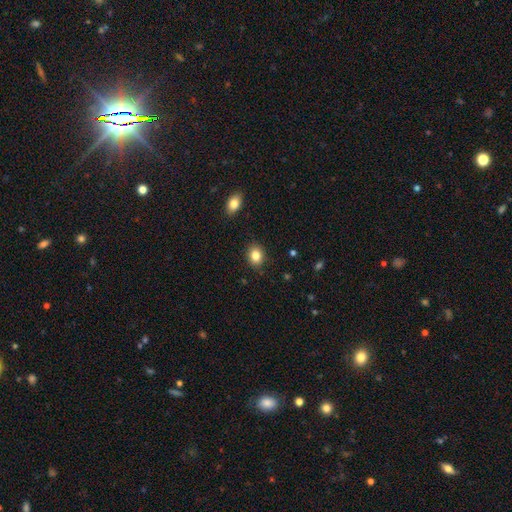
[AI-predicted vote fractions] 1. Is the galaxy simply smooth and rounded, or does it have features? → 84% smooth, 10% star or artifact, 6% featured or disk.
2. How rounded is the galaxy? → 56% round, 43% in between, 1% cigar-shaped.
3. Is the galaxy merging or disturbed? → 88% none, 8% minor disturbance, 2% major disturbance, 1% merger.